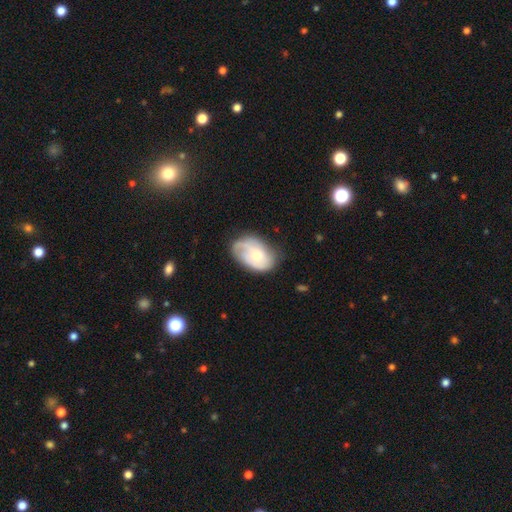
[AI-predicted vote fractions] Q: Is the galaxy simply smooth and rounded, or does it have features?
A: featured or disk — 58%.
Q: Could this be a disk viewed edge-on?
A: no — 96%.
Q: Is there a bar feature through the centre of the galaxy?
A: no — 73%.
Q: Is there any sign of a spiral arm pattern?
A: yes — 79%.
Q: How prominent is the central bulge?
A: moderate — 53%.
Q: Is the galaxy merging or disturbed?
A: none — 57%.